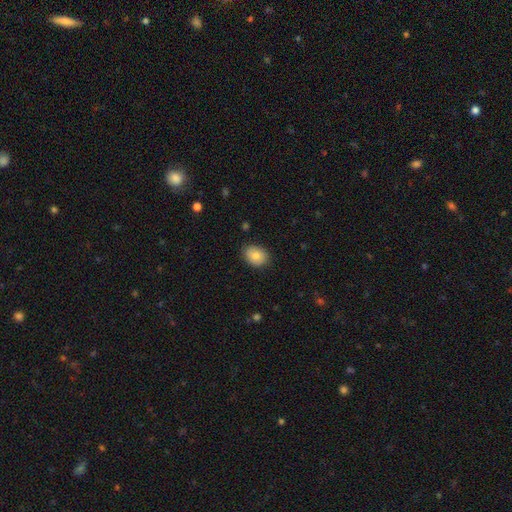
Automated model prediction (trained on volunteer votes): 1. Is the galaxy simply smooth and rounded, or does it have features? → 83% smooth, 9% featured or disk, 8% star or artifact.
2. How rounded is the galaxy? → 60% in between, 39% round, 1% cigar-shaped.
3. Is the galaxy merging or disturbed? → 83% none, 13% minor disturbance, 2% major disturbance, 1% merger.